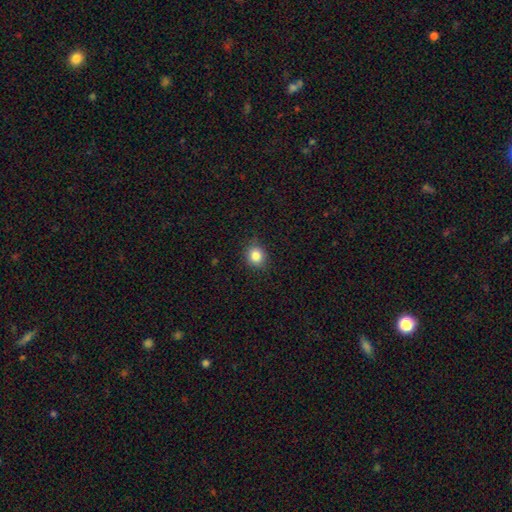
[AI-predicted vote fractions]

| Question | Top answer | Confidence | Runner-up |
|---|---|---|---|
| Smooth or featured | smooth | 84% | star or artifact (11%) |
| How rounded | round | 79% | in between (20%) |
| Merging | none | 87% | minor disturbance (10%) |